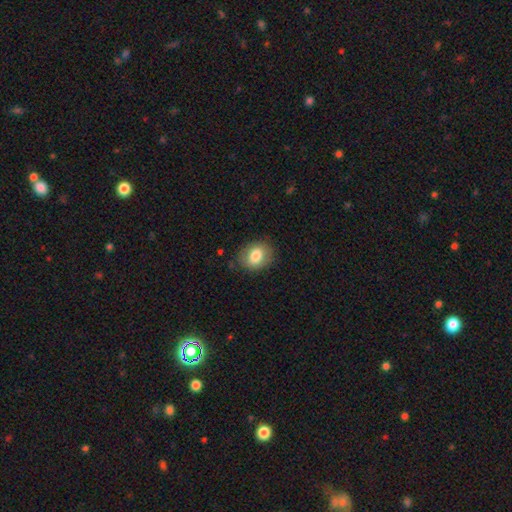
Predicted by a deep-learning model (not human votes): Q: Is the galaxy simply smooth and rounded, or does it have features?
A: smooth — 82%.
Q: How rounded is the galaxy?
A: in between — 56%.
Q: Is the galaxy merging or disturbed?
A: none — 81%.